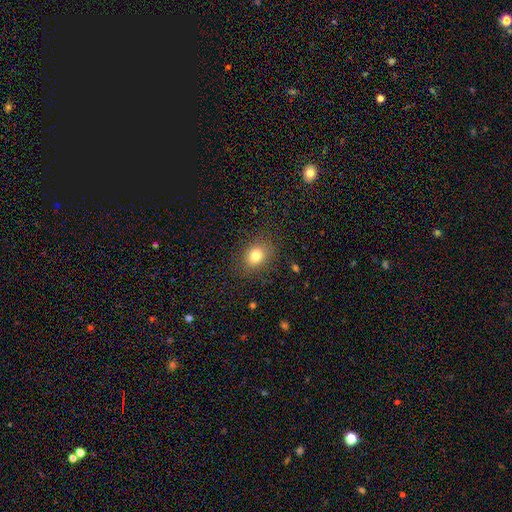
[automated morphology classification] smooth_or_featured: smooth (p=0.79) [alt: star or artifact p=0.12]
how_rounded: round (p=0.53) [alt: in between p=0.46]
merging: none (p=0.84) [alt: minor disturbance p=0.11]